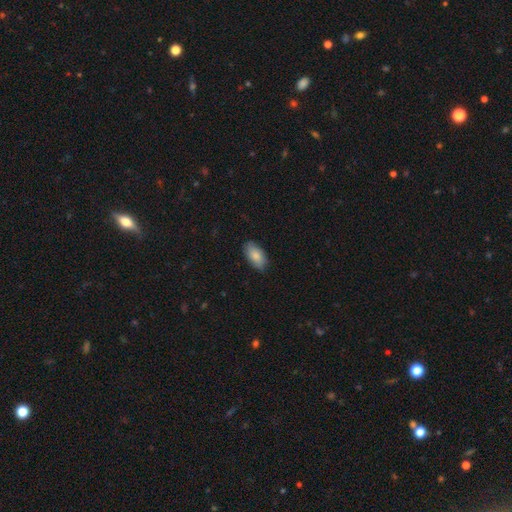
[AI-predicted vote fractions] This is clearly a smooth galaxy (85%). How rounded: clearly in between (93%). Merging: clearly none (86%).